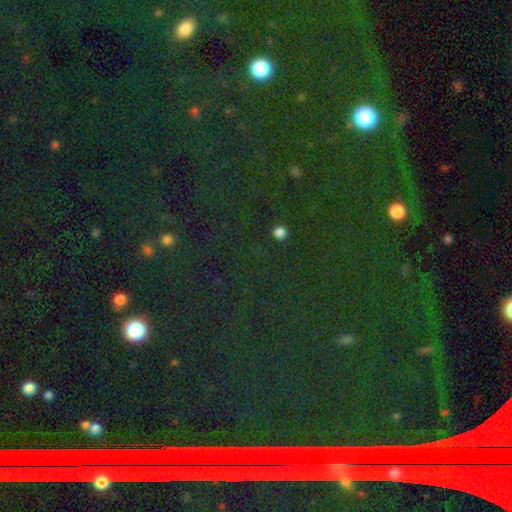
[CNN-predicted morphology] Smooth or featured?
  - star or artifact: 73% *
  - smooth: 15%
  - featured or disk: 13%